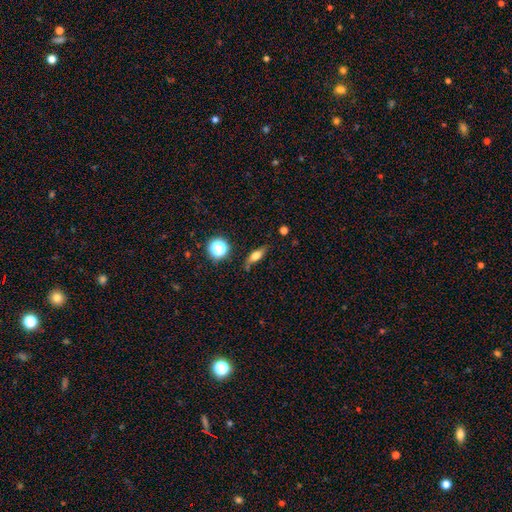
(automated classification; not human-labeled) Smooth or featured? Predicted: smooth (p=0.64). How rounded? Predicted: in between (p=0.58). Merging? Predicted: none (p=0.78).